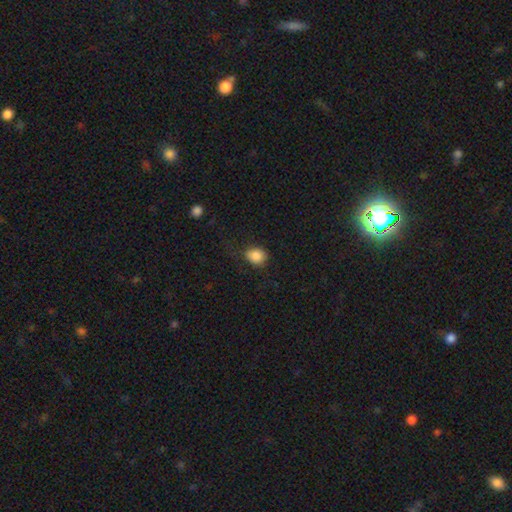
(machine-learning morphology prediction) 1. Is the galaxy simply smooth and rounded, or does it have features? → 87% smooth, 9% star or artifact, 4% featured or disk.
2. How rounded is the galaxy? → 60% round, 39% in between, 1% cigar-shaped.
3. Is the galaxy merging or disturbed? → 73% none, 20% minor disturbance, 7% major disturbance, 1% merger.